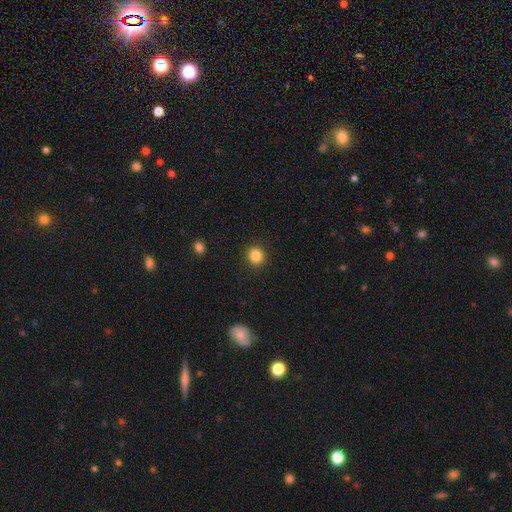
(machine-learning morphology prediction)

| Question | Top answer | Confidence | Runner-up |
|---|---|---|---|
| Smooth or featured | smooth | 85% | star or artifact (11%) |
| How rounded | round | 86% | in between (13%) |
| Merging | none | 91% | minor disturbance (6%) |